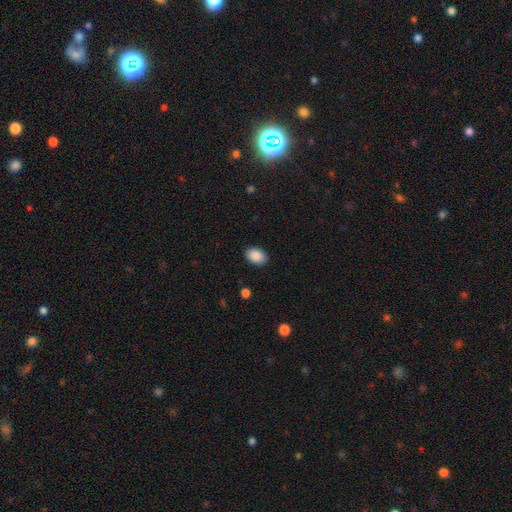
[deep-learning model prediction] smooth_or_featured: smooth (p=0.90) [alt: star or artifact p=0.07]
how_rounded: in between (p=0.83) [alt: round p=0.16]
merging: none (p=0.89) [alt: minor disturbance p=0.08]